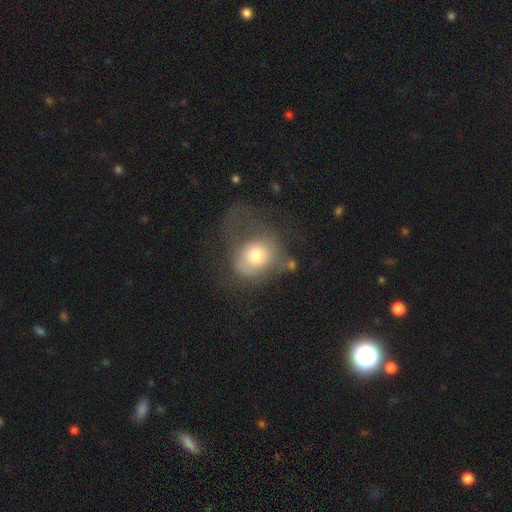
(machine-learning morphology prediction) Q: Smooth or featured?
A: smooth (65%); runner-up: featured or disk (25%)
Q: How rounded?
A: round (61%); runner-up: in between (38%)
Q: Merging?
A: major disturbance (46%); runner-up: none (28%)